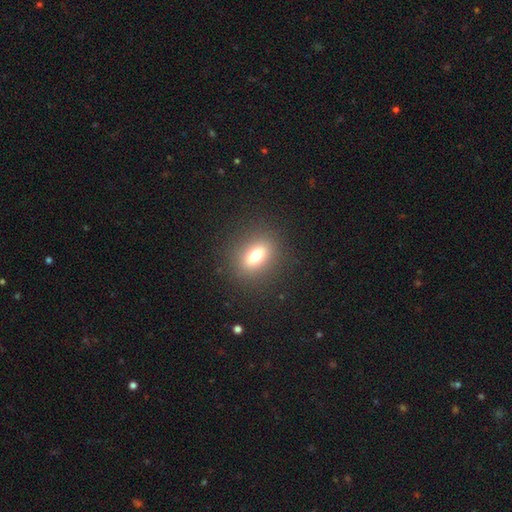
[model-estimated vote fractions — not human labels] Overall: smooth (72%). How rounded: in between (64%; round 32%). Merging: none (88%).